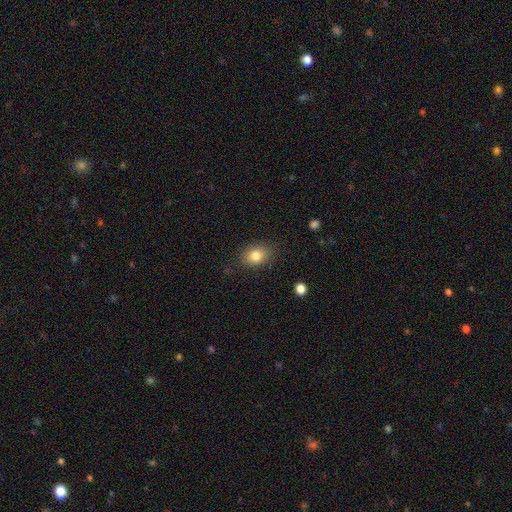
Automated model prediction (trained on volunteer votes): Q: Smooth or featured?
A: smooth (81%); runner-up: star or artifact (10%)
Q: How rounded?
A: in between (63%); runner-up: round (36%)
Q: Merging?
A: none (82%); runner-up: minor disturbance (13%)